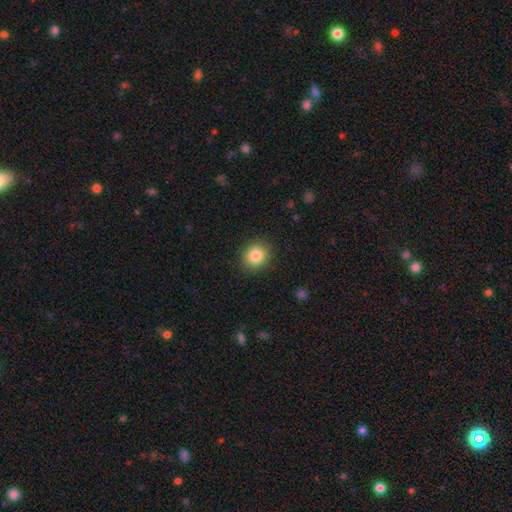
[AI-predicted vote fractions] The model was most divided on "how rounded": round: 81%, in between: 18%, cigar-shaped: 1%. More confident: merging — none (90%); smooth or featured — smooth (85%).